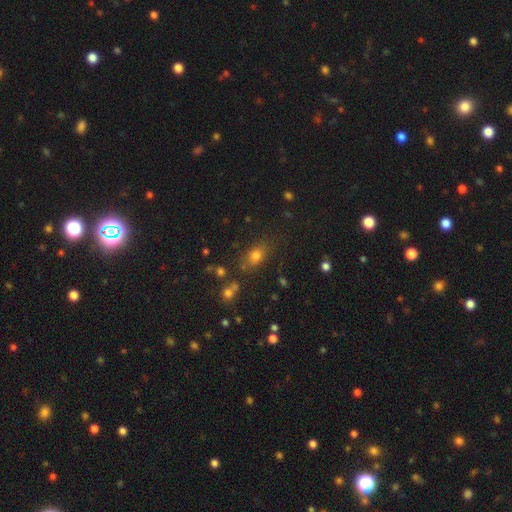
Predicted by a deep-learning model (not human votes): This appears to be a smooth galaxy with no disk features (66%) that is in between round and cigar-shaped (65%). Merging: none (74%).